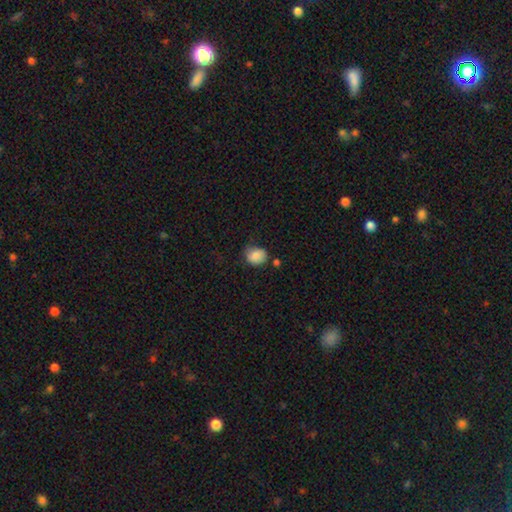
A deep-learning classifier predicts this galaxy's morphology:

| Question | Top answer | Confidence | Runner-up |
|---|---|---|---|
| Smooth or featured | smooth | 84% | star or artifact (8%) |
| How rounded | round | 61% | in between (38%) |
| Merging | none | 57% | minor disturbance (29%) |